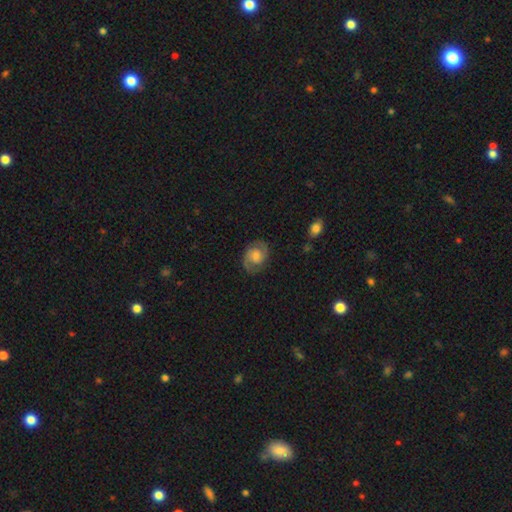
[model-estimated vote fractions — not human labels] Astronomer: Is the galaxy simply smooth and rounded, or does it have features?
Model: featured or disk — 74%.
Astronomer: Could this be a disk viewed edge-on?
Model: no — 98%.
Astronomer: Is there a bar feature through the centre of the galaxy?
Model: no — 59% (runner-up: weak, 35%).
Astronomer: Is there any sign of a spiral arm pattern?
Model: yes — 94%.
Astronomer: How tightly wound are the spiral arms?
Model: medium — 48% (runner-up: tight, 39%).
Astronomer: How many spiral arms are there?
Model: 2 — 89%.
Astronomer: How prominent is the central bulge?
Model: moderate — 44% (runner-up: small, 26%).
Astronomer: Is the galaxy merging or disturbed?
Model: none — 81%.